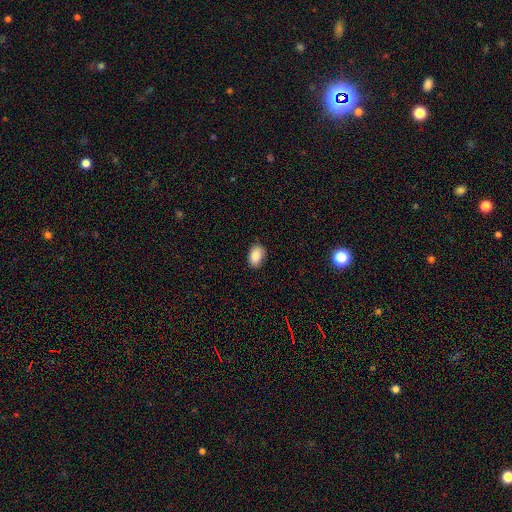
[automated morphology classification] Smooth or featured?
  - smooth: 89% *
  - star or artifact: 7%
  - featured or disk: 4%
How rounded?
  - in between: 88% *
  - round: 11%
  - cigar-shaped: 1%
Merging?
  - none: 85% *
  - minor disturbance: 12%
  - major disturbance: 2%
  - merger: 1%